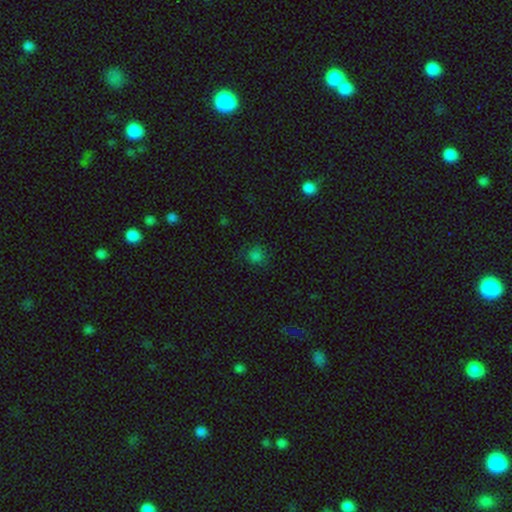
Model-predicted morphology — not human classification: This is likely a smooth galaxy (78%). How rounded: clearly round (89%). Merging: clearly none (82%).